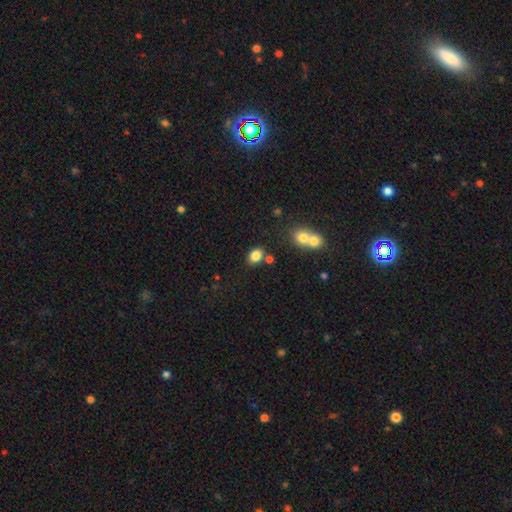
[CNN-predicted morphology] Q: Smooth or featured?
A: smooth (83%); runner-up: star or artifact (10%)
Q: How rounded?
A: in between (67%); runner-up: round (32%)
Q: Merging?
A: none (70%); runner-up: merger (14%)